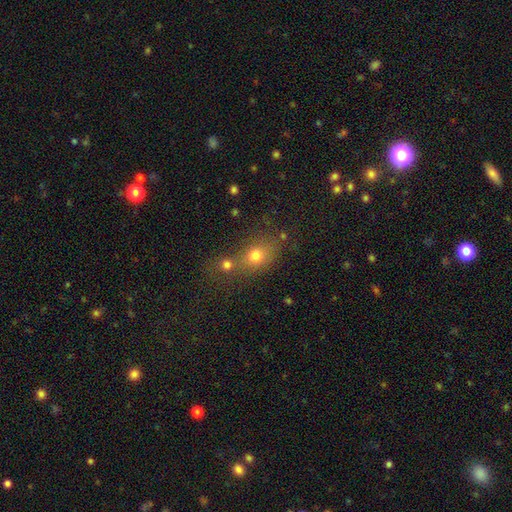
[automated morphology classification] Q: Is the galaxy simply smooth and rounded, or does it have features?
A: smooth — 73%.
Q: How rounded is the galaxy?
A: round — 56%.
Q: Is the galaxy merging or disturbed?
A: none — 43%.